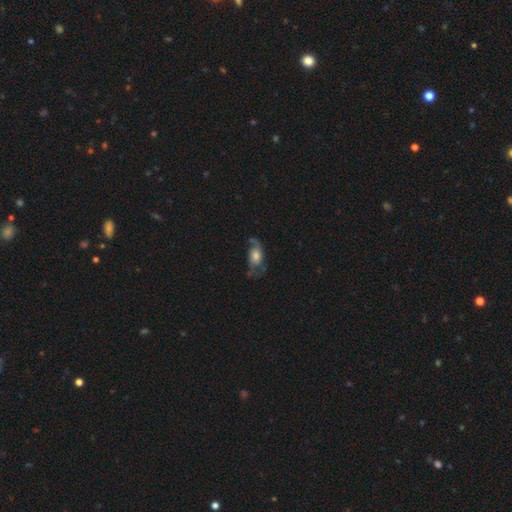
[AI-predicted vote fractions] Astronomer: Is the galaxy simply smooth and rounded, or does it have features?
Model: featured or disk — 57% (runner-up: smooth, 35%).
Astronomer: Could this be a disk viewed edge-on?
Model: no — 92%.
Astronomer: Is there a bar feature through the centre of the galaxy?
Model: no — 76%.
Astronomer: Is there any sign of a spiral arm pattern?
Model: yes — 79%.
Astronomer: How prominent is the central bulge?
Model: moderate — 40% (runner-up: large, 37%).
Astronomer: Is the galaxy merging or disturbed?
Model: none — 45% (runner-up: major disturbance, 28%).